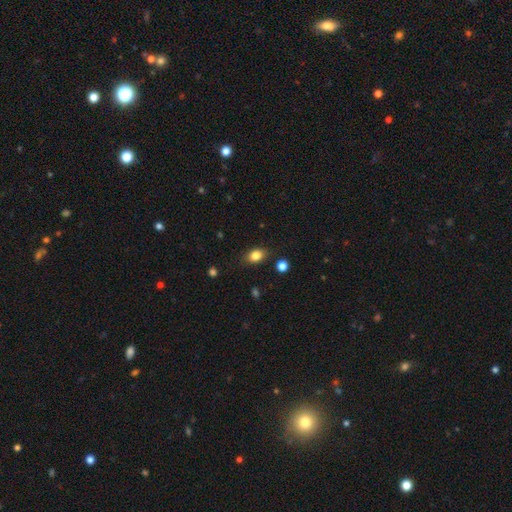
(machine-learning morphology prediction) Smooth or featured: smooth — 83% (star or artifact — 10%)
How rounded: in between — 69% (round — 30%)
Merging: none — 82% (minor disturbance — 13%)